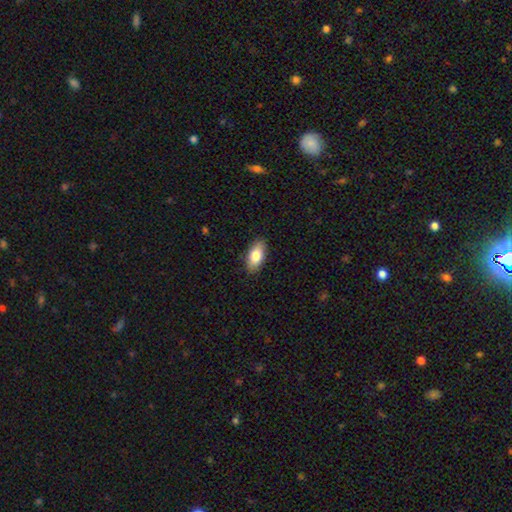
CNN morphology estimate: type=smooth (80%); roundness=in between (90%); merging=none (87%).